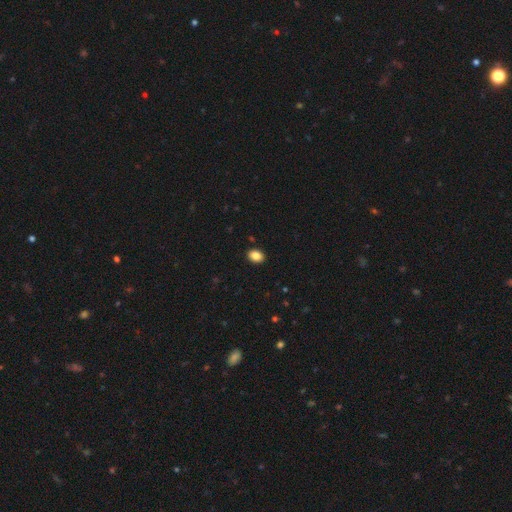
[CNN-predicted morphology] smooth-or-featured: smooth: 86% | star or artifact: 9% | featured or disk: 5%
  how-rounded: in between: 66% | round: 33% | cigar-shaped: 1%
  merging: none: 91% | minor disturbance: 6% | major disturbance: 2% | merger: 1%